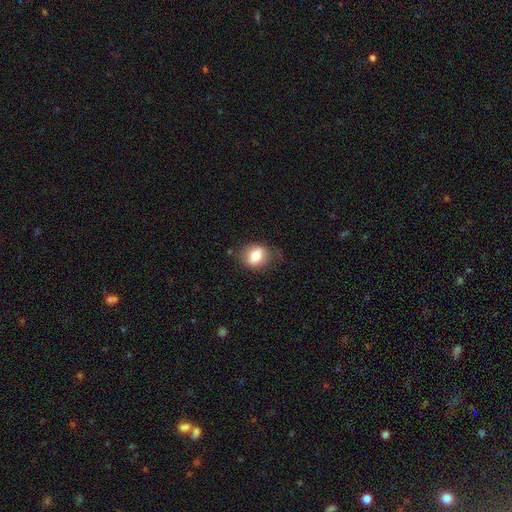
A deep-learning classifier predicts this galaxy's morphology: type=smooth (79%); roundness=in between (52%); merging=none (72%).